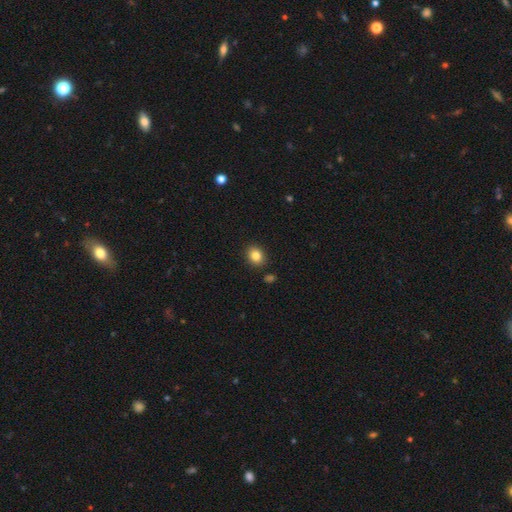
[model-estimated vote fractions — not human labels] This appears to be a smooth galaxy with no disk features (84%) that is round (57%). Merging: none (88%).